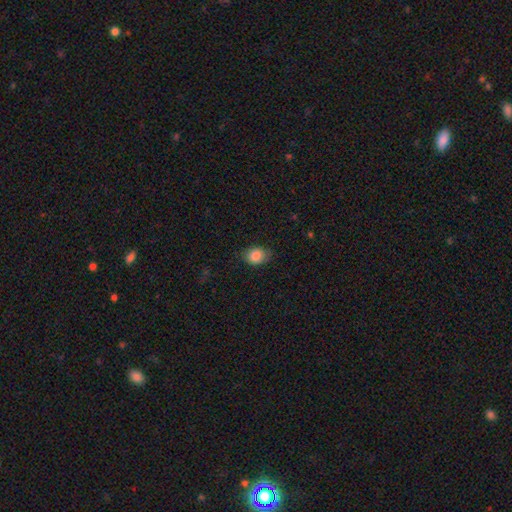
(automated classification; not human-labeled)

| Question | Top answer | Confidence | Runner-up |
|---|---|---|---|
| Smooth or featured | smooth | 86% | star or artifact (8%) |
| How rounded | in between | 63% | round (36%) |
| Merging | none | 75% | minor disturbance (20%) |